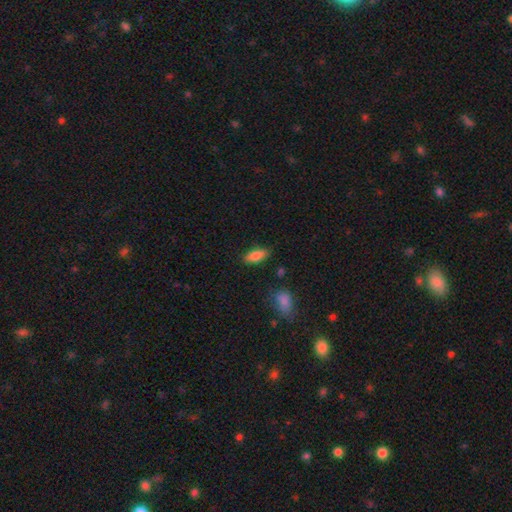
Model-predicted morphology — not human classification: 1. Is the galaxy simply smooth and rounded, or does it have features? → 81% smooth, 12% featured or disk, 7% star or artifact.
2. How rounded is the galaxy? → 82% in between, 16% cigar-shaped, 3% round.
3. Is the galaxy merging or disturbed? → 82% none, 12% minor disturbance, 3% major disturbance, 2% merger.